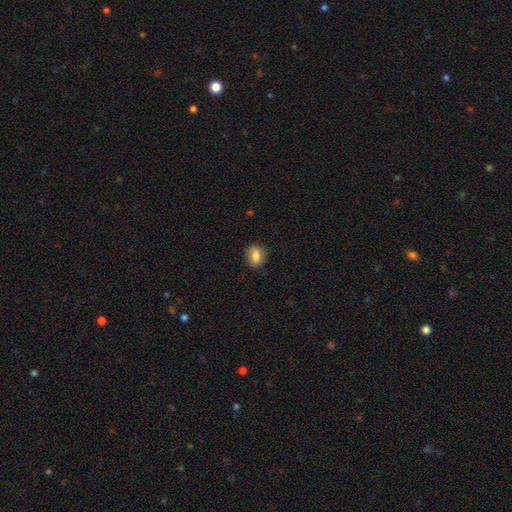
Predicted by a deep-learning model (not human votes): Overall: smooth (82%). How rounded: in between (65%; round 33%). Merging: none (78%).